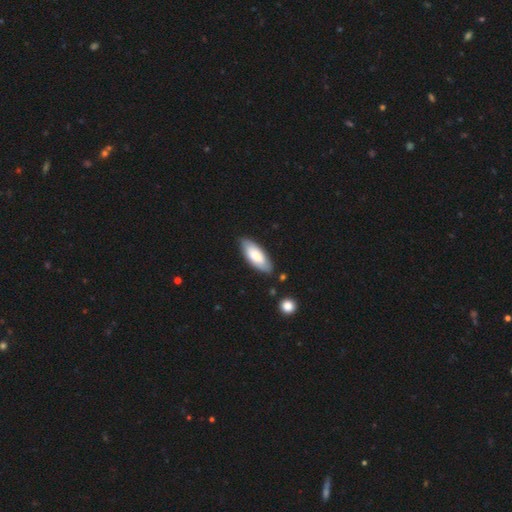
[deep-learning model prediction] Overall: smooth (74%). How rounded: in between (78%). Merging: none (82%).